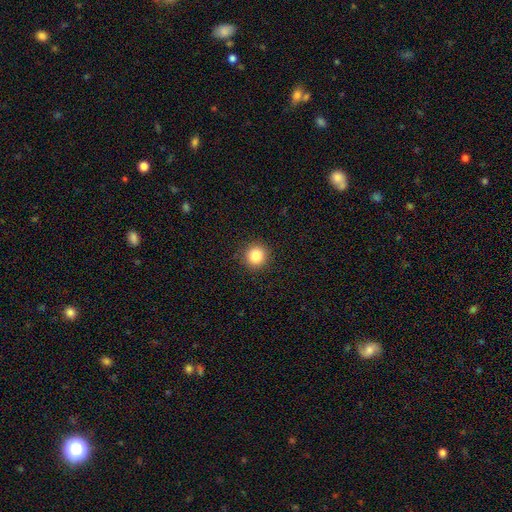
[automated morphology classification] Smooth or featured? Predicted: smooth (p=0.85). How rounded? Predicted: round (p=0.93). Merging? Predicted: none (p=0.91).